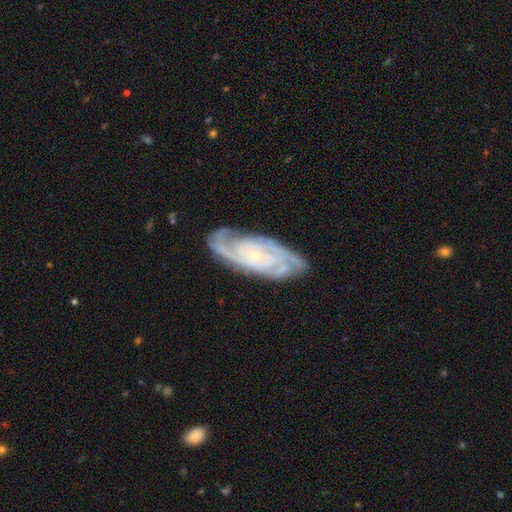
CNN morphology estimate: This appears to be a featured or disk galaxy (86%) with no bar (72%), 2 (33%) tight (69%) spiral arms (97%) and a small central bulge (82%). Merging: none (76%).